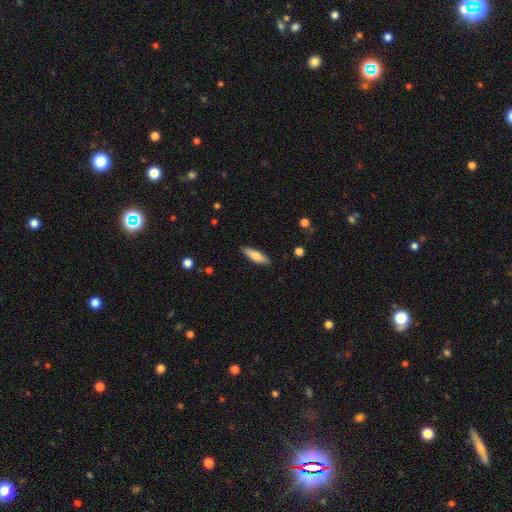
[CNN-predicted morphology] Overall: smooth (76%). How rounded: cigar-shaped (58%; in between 40%). Merging: none (88%).